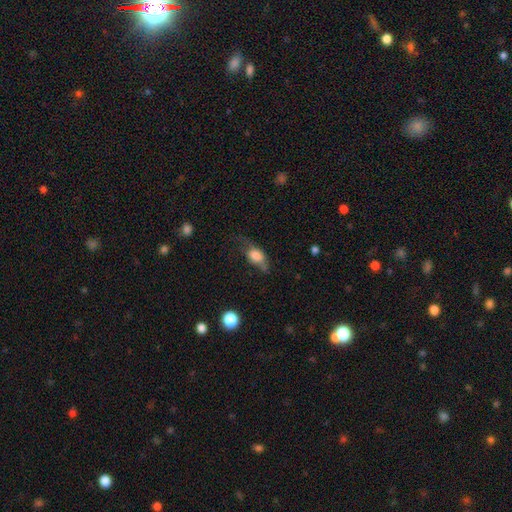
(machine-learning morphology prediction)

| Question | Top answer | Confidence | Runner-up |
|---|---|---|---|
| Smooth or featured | smooth | 67% | featured or disk (24%) |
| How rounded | in between | 77% | round (17%) |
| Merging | none | 36% | minor disturbance (33%) |